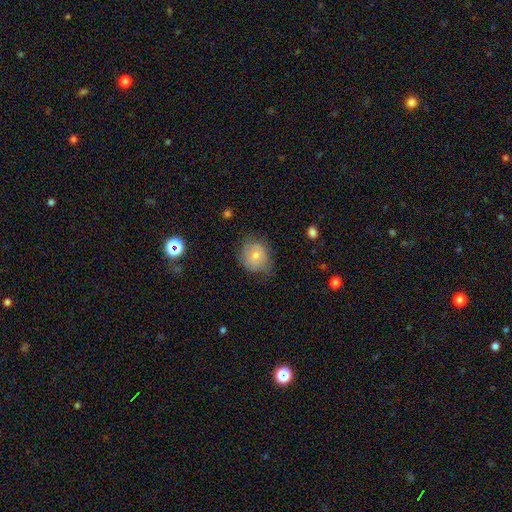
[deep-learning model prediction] Morphology: type=smooth (66%); roundness=round (76%); merging=none (57%).